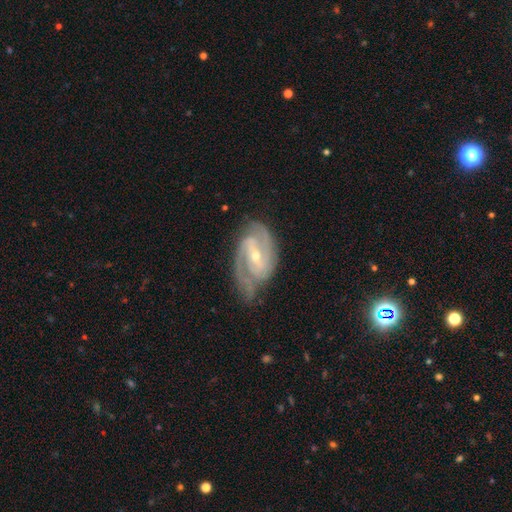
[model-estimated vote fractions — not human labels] Morphology: type=featured or disk (91%); edge-on=no (97%); bar=weak (43%); spiral arms=yes (98%); winding=medium (47%); arm count=2 (74%); bulge=small (60%); merging=none (68%).